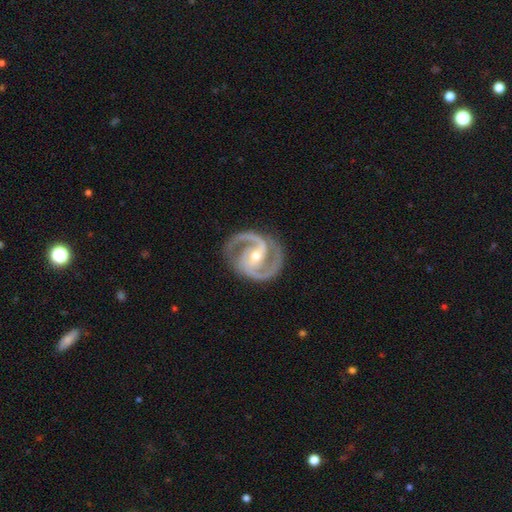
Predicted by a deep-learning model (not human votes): Morphology: type=featured or disk (94%); edge-on=no (98%); bar=weak (38%); spiral arms=yes (99%); winding=medium (58%); arm count=2 (91%); bulge=moderate (54%); merging=none (83%).